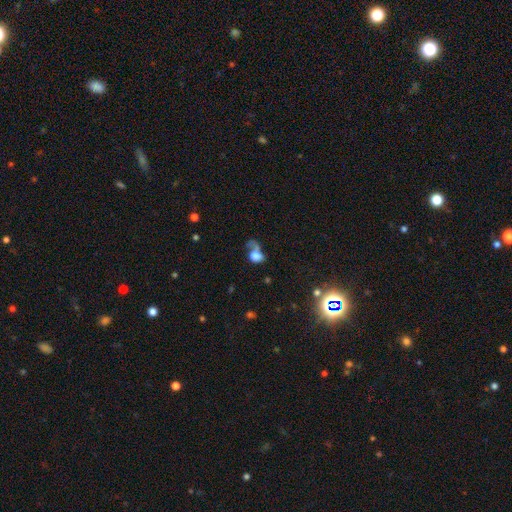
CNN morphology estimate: This appears to be a smooth galaxy with no disk features (61%) that is in between round and cigar-shaped (68%). Merging: major disturbance (43%).